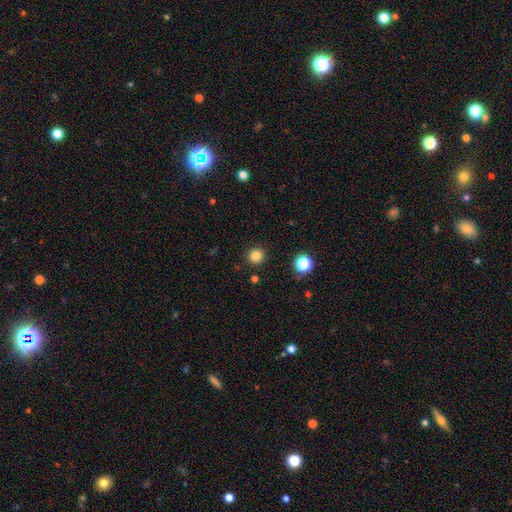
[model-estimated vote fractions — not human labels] This appears to be a smooth galaxy with no disk features (82%) that is round (93%). Merging: none (91%).